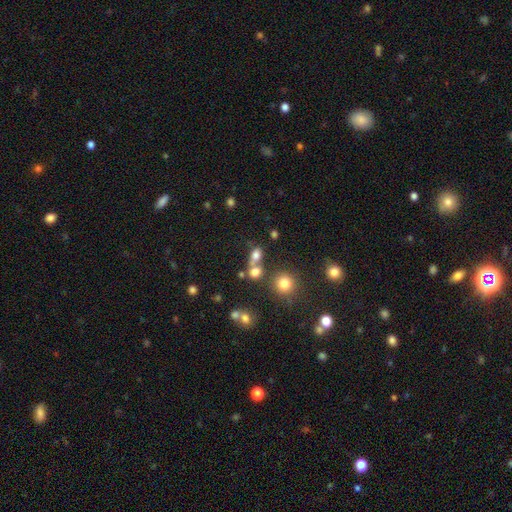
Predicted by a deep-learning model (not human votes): smooth-or-featured: smooth: 72% | star or artifact: 17% | featured or disk: 12%
  how-rounded: in between: 56% | round: 40% | cigar-shaped: 4%
  merging: merger: 44% | none: 39% | minor disturbance: 11% | major disturbance: 7%